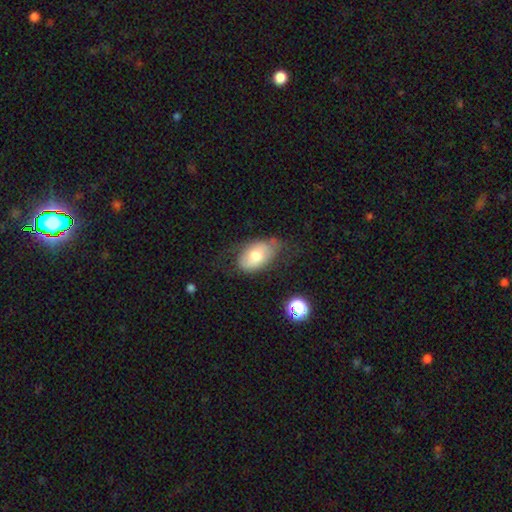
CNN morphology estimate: Smooth or featured: smooth — 66% (featured or disk — 27%)
How rounded: in between — 90% (round — 8%)
Merging: none — 51% (minor disturbance — 29%)